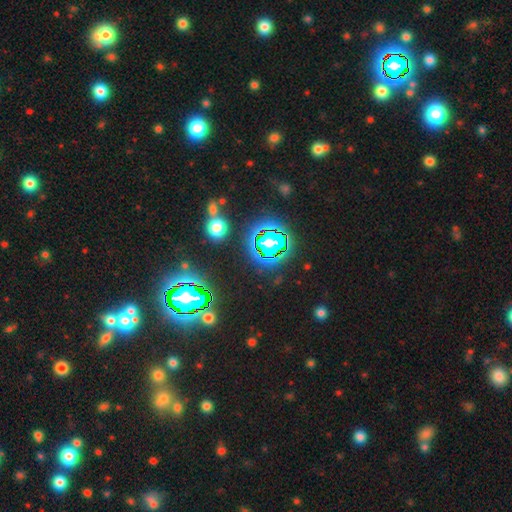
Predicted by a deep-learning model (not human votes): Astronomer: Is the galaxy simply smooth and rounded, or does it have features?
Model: star or artifact — 80%.